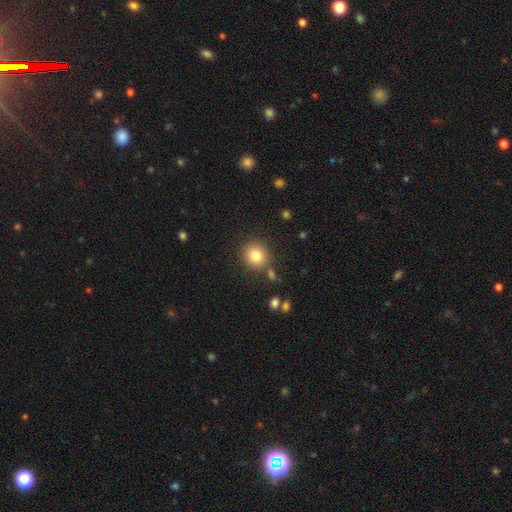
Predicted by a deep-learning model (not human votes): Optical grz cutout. It shows a smooth galaxy with no disk features (82%) that is round (84%). Merging: none (82%).